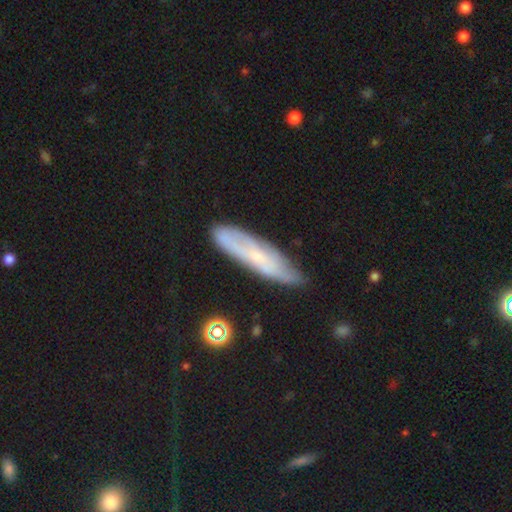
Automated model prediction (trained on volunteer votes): smooth-or-featured: featured or disk: 47% | smooth: 44% | star or artifact: 9%
  merging: none: 72% | minor disturbance: 21% | major disturbance: 5% | merger: 2%